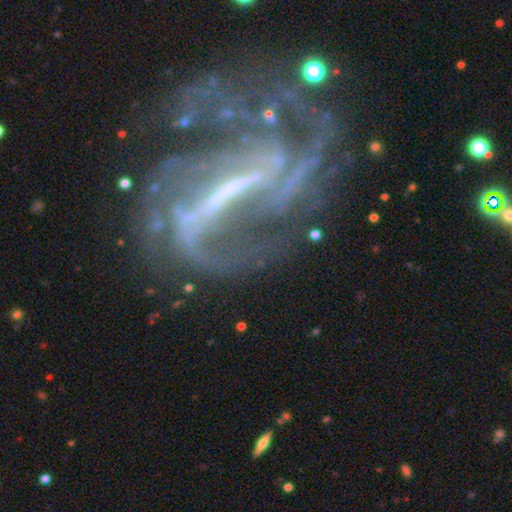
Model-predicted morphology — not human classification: type=featured or disk (88%); edge-on=no (96%); bar=strong (74%); spiral arms=yes (93%); winding=medium (42%); arm count=2 (44%); bulge=small (46%); merging=none (43%).